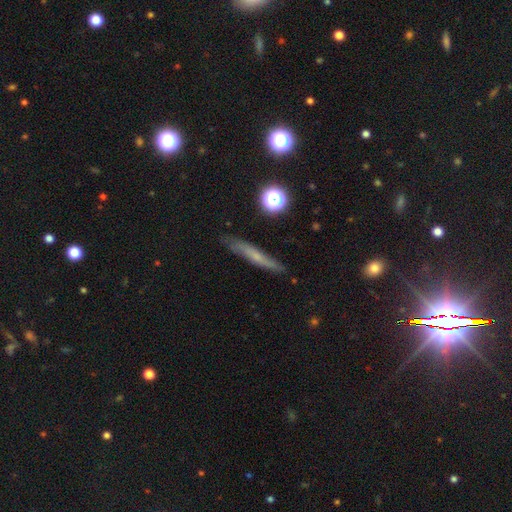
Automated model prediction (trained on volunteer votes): A smooth galaxy with no disk features (48%). Merging: none (83%).